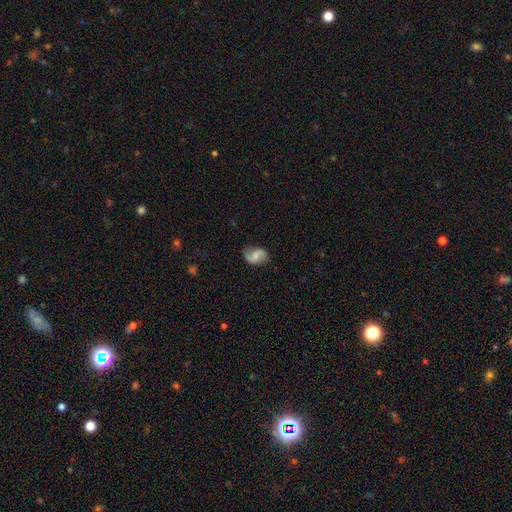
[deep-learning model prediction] featured or disk 71%, smooth 22%, star or artifact 7%. Down the decision tree: edge-on disk — no (98%); bar — weak (48%); spiral arms — yes (94%); spiral arm count — 2 (91%); spiral winding — loose (57%); bulge size — small (38%); merging — none (78%).